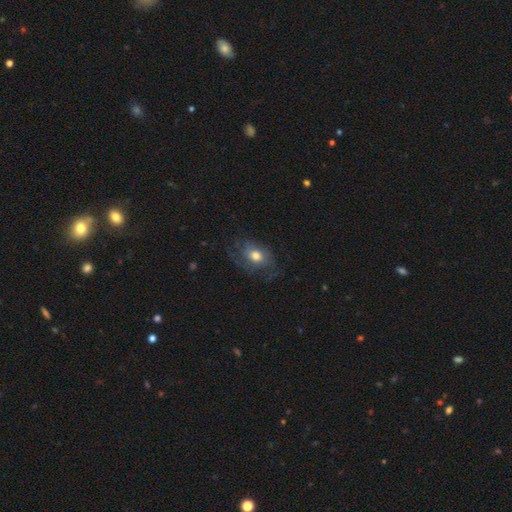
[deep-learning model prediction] The model was most divided on "smooth or featured": smooth: 53%, featured or disk: 37%, star or artifact: 10%. More confident: how rounded — in between (71%); merging — none (57%).